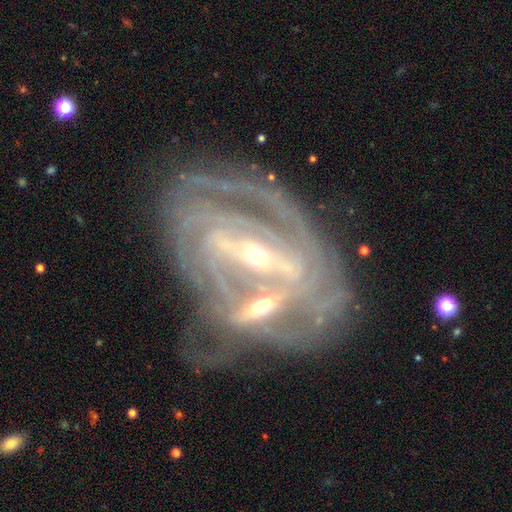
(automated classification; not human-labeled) Smooth or featured? Predicted: featured or disk (p=0.89). Edge-on disk? Predicted: no (p=0.93). Bar? Predicted: strong (p=0.69). Spiral arms? Predicted: yes (p=0.92). Spiral winding? Predicted: tight (p=0.72). Spiral arm count? Predicted: can't tell (p=0.35). Bulge size? Predicted: small (p=0.62). Merging? Predicted: merger (p=0.42).